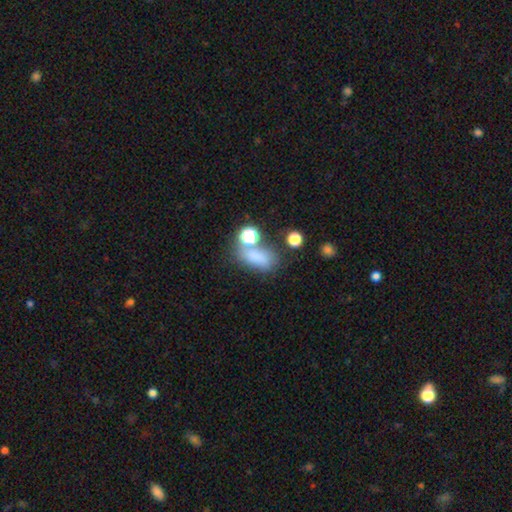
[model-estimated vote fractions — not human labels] smooth_or_featured: smooth (p=0.72) [alt: star or artifact p=0.18]
how_rounded: in between (p=0.76) [alt: round p=0.19]
merging: none (p=0.49) [alt: merger p=0.21]